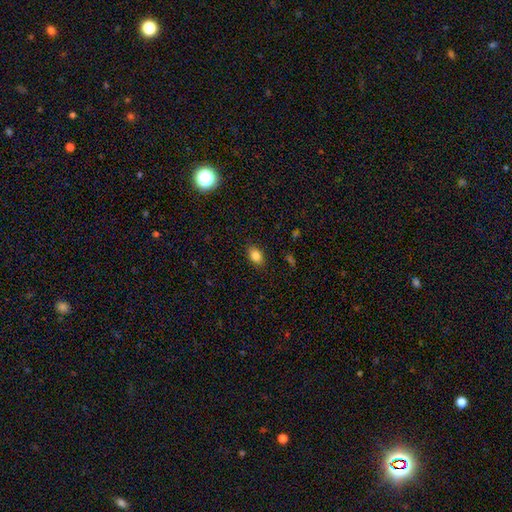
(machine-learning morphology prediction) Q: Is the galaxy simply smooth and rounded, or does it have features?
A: smooth — 83%.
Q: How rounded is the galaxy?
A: in between — 78%.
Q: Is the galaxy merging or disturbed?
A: none — 87%.